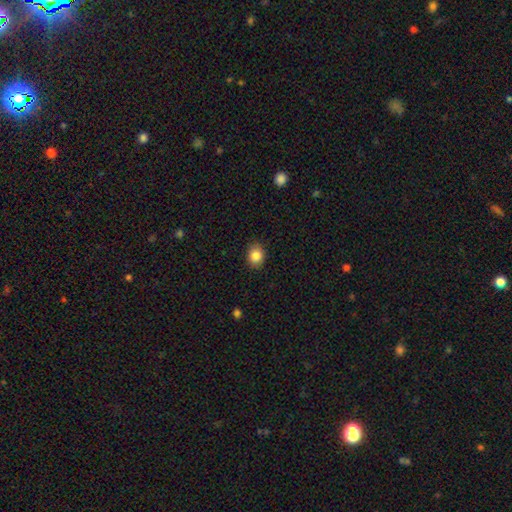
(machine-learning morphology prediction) A smooth galaxy with no disk features (86%) that is round (55%).

Vote fractions:
- Smooth or featured? smooth: 86% / star or artifact: 9% / featured or disk: 5%
- How rounded? round: 55% / in between: 44% / cigar-shaped: 1%
- Merging? none: 88% / minor disturbance: 9% / major disturbance: 2% / merger: 1%